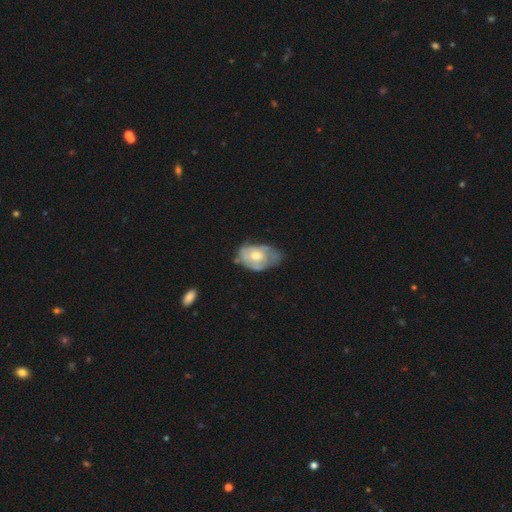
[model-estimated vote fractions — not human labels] Smooth or featured?
  - featured or disk: 60% *
  - smooth: 34%
  - star or artifact: 6%
Edge-on disk?
  - no: 95% *
  - yes: 5%
Bar?
  - no: 82% *
  - weak: 16%
  - strong: 3%
Spiral arms?
  - no: 51% *
  - yes: 49%
Bulge size?
  - moderate: 70% *
  - small: 20%
  - large: 8%
  - none: 2%
  - dominant: 1%
Merging?
  - none: 44% *
  - minor disturbance: 36%
  - major disturbance: 17%
  - merger: 3%